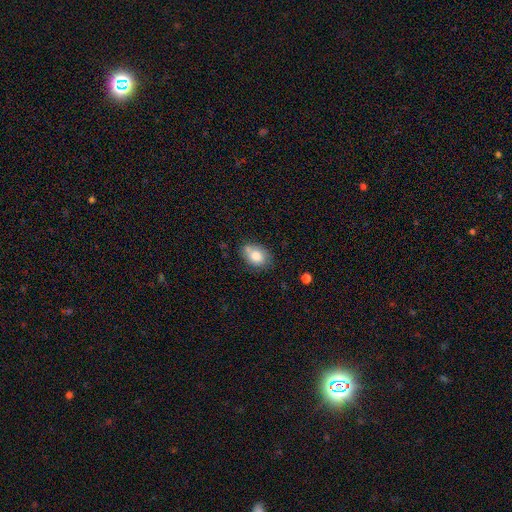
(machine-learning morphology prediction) smooth_or_featured: smooth (p=0.78) [alt: featured or disk p=0.13]
how_rounded: in between (p=0.70) [alt: round p=0.29]
merging: none (p=0.59) [alt: minor disturbance p=0.23]